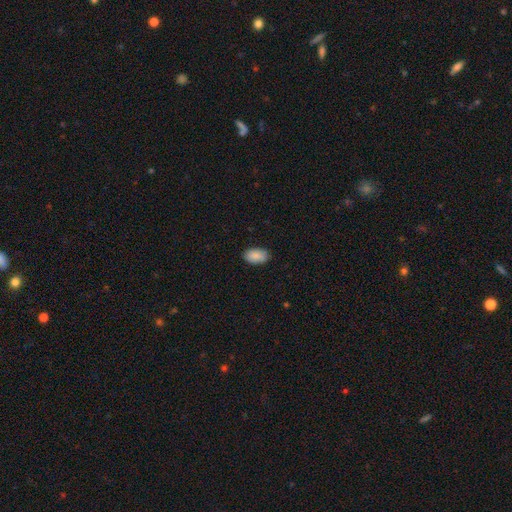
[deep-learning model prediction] A smooth galaxy with no disk features (89%) that is in between round and cigar-shaped (94%). Merging: none (85%).